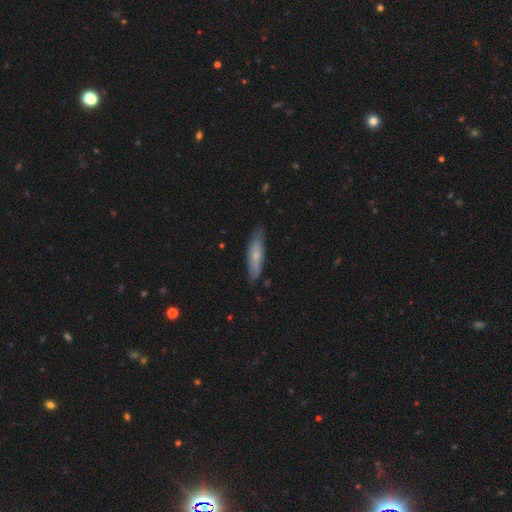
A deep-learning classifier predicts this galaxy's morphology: Smooth or featured: smooth — 61% (featured or disk — 33%)
How rounded: cigar-shaped — 75% (in between — 23%)
Merging: none — 78% (minor disturbance — 18%)